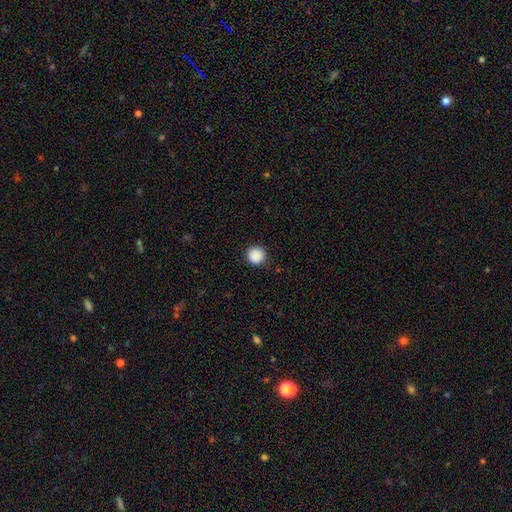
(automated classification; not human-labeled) A smooth galaxy with no disk features (89%) that is round (95%). Merging: none (91%).